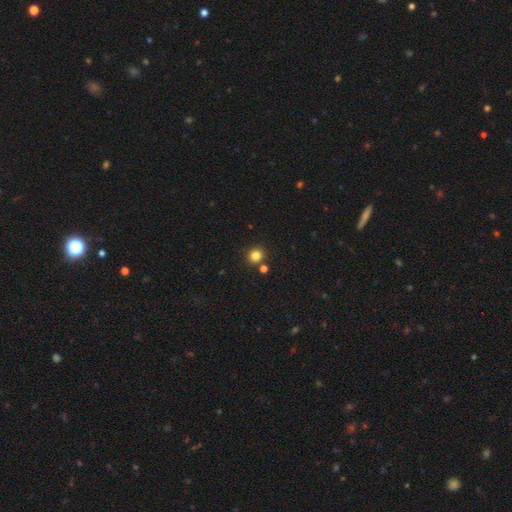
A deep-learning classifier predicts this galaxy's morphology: smooth_or_featured: smooth (p=0.81) [alt: star or artifact p=0.14]
how_rounded: round (p=0.91) [alt: in between p=0.09]
merging: none (p=0.84) [alt: merger p=0.07]